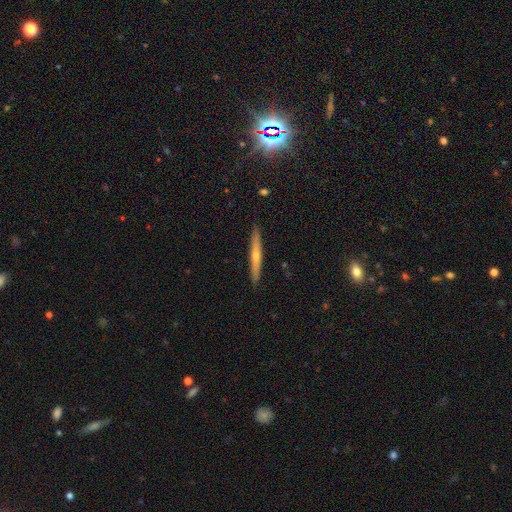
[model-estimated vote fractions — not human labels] Morphology: type=featured or disk (57%); edge-on=yes (95%); edge-on bulge=rounded (76%); merging=none (88%).